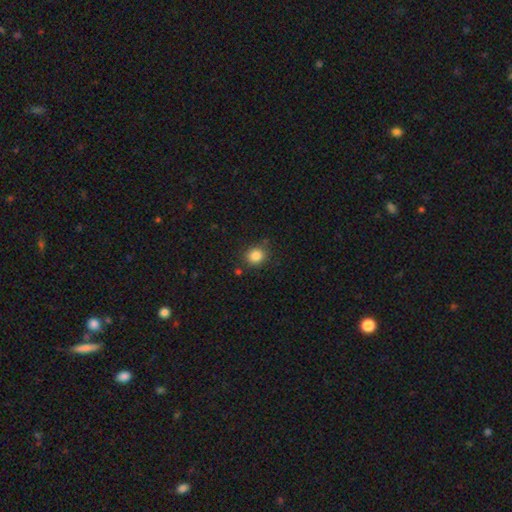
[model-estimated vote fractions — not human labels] Overall: smooth (85%). How rounded: round (82%). Merging: none (82%).